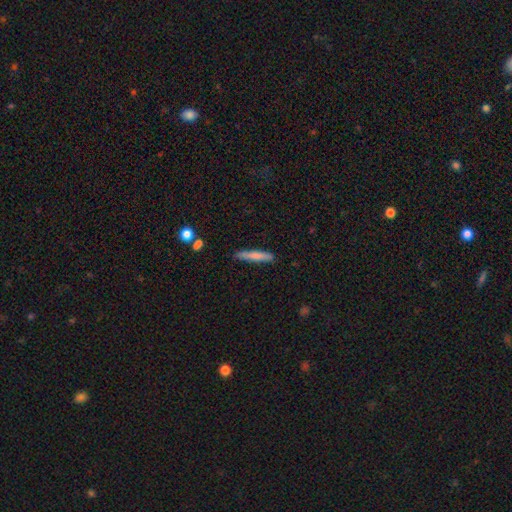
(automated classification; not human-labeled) Smooth or featured? smooth (73%)
How rounded? cigar-shaped (93%)
Merging? none (85%)